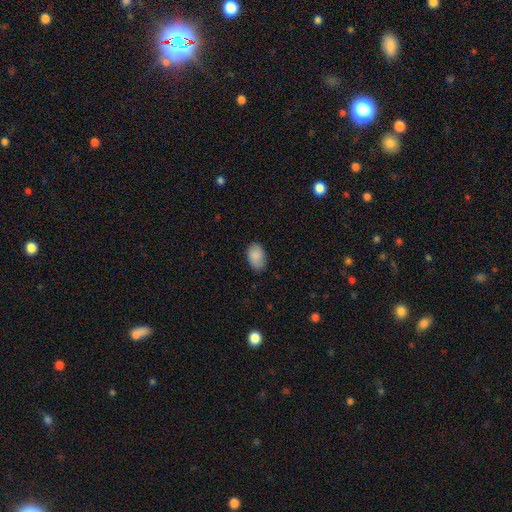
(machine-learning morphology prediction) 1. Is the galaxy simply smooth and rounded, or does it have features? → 89% smooth, 7% star or artifact, 4% featured or disk.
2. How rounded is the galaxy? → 90% in between, 9% round, 1% cigar-shaped.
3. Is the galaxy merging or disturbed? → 79% none, 17% minor disturbance, 3% major disturbance, 1% merger.